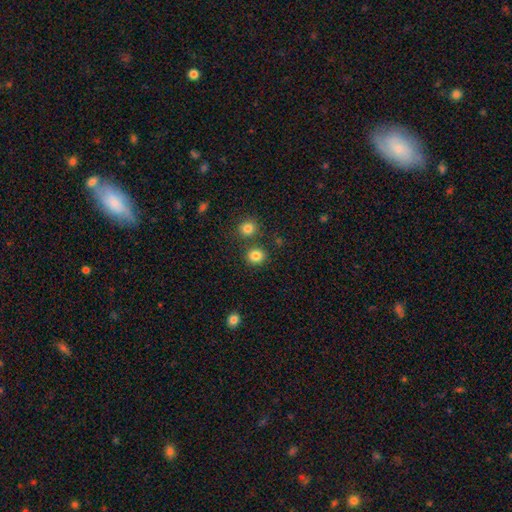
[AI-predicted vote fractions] Smooth or featured?
  - smooth: 83% *
  - star or artifact: 12%
  - featured or disk: 5%
How rounded?
  - round: 84% *
  - in between: 15%
  - cigar-shaped: 1%
Merging?
  - none: 81% *
  - merger: 10%
  - minor disturbance: 7%
  - major disturbance: 3%